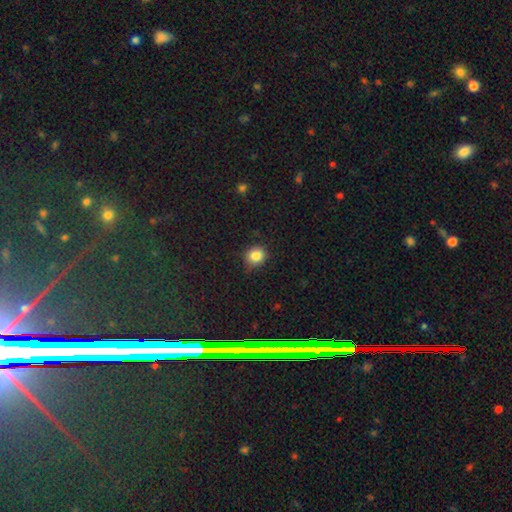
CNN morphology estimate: Smooth or featured? smooth (84%)
How rounded? round (79%)
Merging? none (75%)